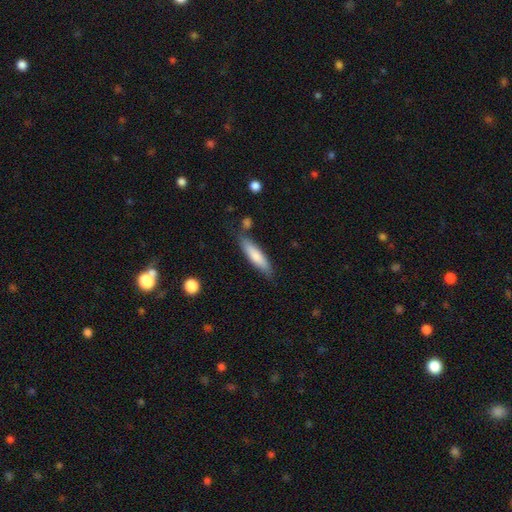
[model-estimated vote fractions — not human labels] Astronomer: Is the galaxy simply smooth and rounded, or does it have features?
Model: smooth — 78%.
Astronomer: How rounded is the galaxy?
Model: cigar-shaped — 77%.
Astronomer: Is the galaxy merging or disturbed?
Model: none — 76%.